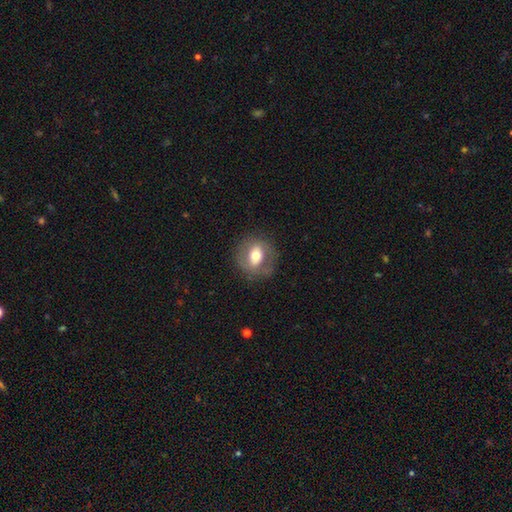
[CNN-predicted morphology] Smooth or featured? smooth (52%)
How rounded? round (61%)
Merging? none (76%)